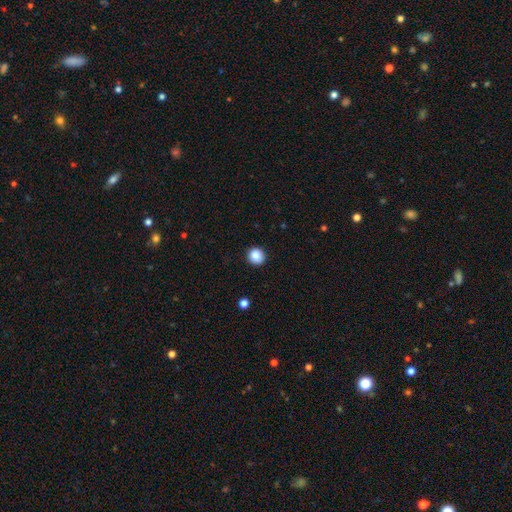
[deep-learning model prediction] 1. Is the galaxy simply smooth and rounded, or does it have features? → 87% smooth, 9% star or artifact, 4% featured or disk.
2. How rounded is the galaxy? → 89% round, 10% in between, 1% cigar-shaped.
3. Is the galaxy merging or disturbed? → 91% none, 6% minor disturbance, 2% major disturbance, 1% merger.